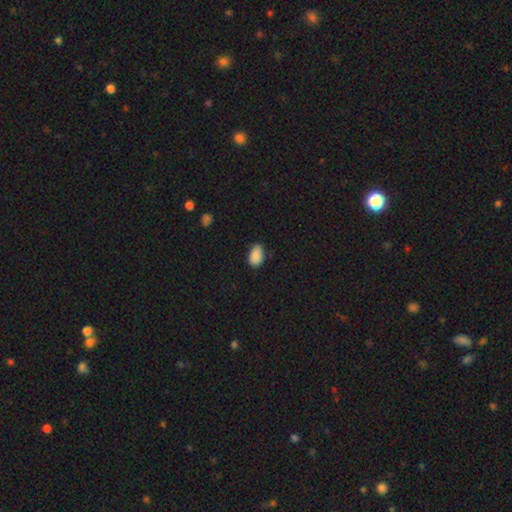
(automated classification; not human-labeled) Overall: smooth (88%). How rounded: in between (87%). Merging: none (70%).